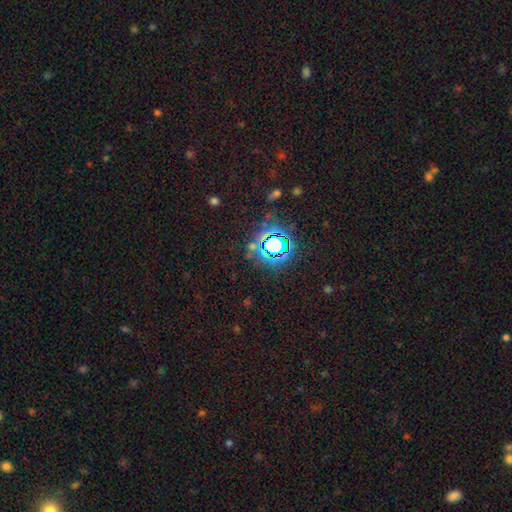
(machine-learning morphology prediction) Smooth or featured? star or artifact (81%)